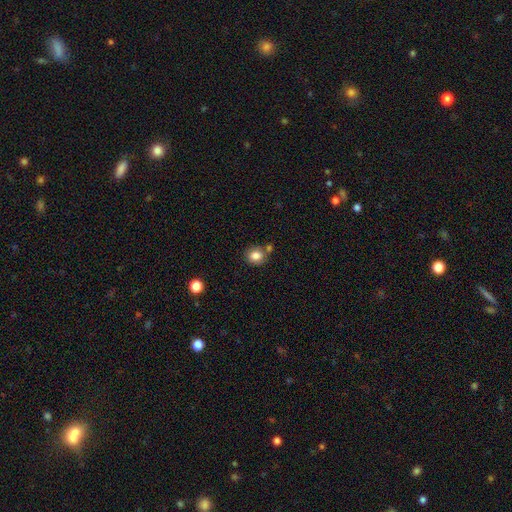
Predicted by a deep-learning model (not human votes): Smooth or featured?
  - smooth: 84% *
  - star or artifact: 10%
  - featured or disk: 7%
How rounded?
  - round: 75% *
  - in between: 25%
  - cigar-shaped: 1%
Merging?
  - none: 69% *
  - merger: 15%
  - minor disturbance: 13%
  - major disturbance: 3%